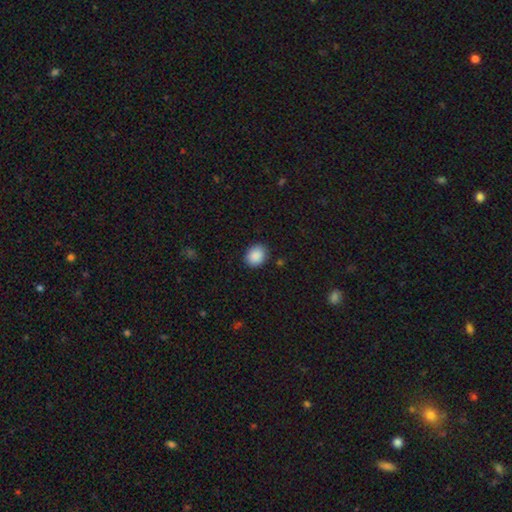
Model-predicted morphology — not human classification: A smooth galaxy with no disk features (89%) that is round (59%).

Vote fractions:
- Smooth or featured? smooth: 89% / star or artifact: 8% / featured or disk: 3%
- How rounded? round: 59% / in between: 41% / cigar-shaped: 1%
- Merging? none: 88% / minor disturbance: 8% / major disturbance: 2% / merger: 1%